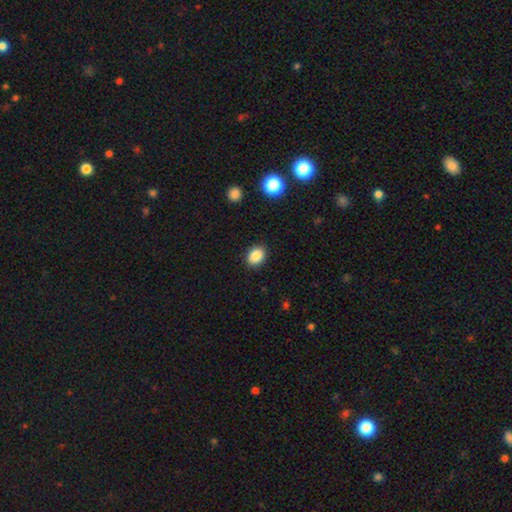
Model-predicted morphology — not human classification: type=smooth (87%); roundness=in between (60%); merging=none (89%).